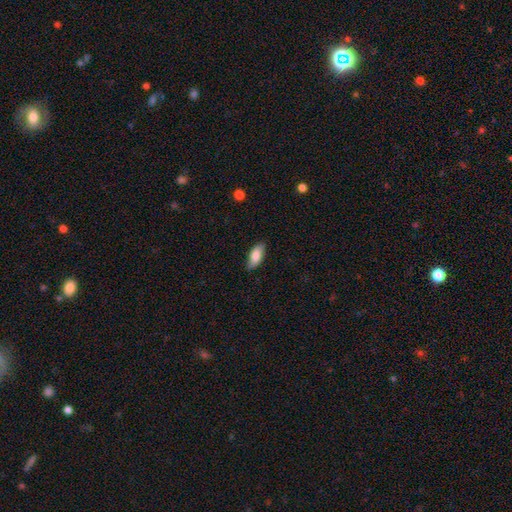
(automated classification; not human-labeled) This appears to be a smooth galaxy with no disk features (79%) that is in between round and cigar-shaped (81%). Merging: none (80%).